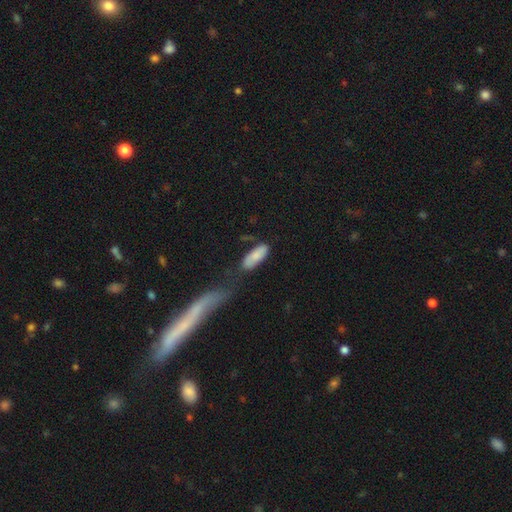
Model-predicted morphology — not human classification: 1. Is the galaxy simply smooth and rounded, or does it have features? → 80% smooth, 13% featured or disk, 6% star or artifact.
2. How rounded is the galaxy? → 77% in between, 21% cigar-shaped, 2% round.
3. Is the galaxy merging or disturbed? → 59% none, 21% minor disturbance, 12% merger, 8% major disturbance.